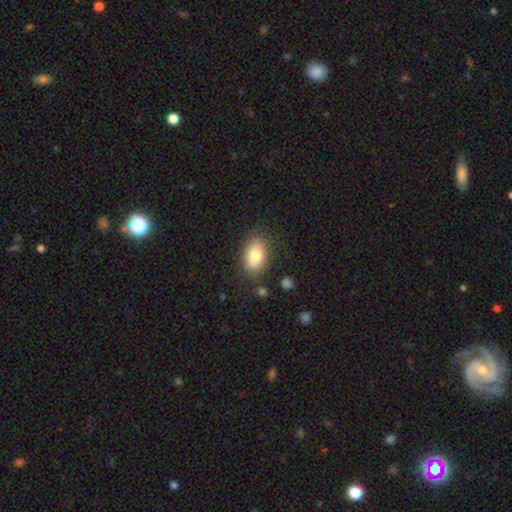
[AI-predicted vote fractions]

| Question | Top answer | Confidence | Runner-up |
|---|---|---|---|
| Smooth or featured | smooth | 80% | featured or disk (13%) |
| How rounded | in between | 90% | round (7%) |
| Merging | none | 82% | minor disturbance (12%) |